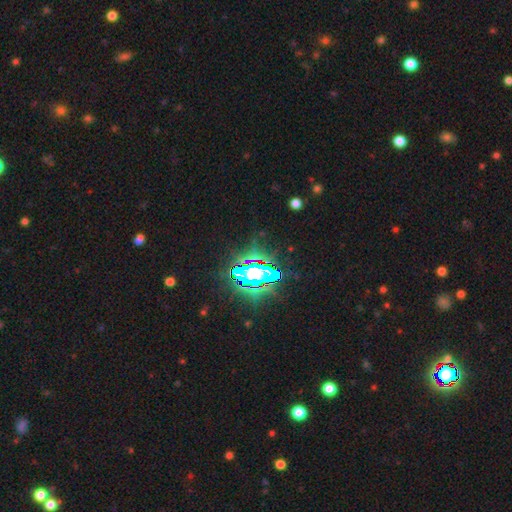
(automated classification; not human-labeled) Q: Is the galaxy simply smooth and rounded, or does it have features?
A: star or artifact — 75%.